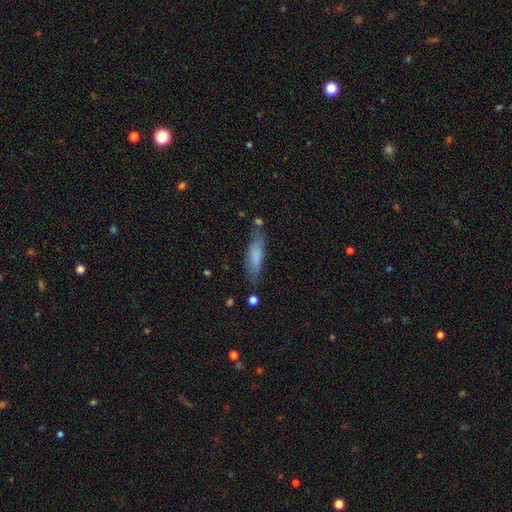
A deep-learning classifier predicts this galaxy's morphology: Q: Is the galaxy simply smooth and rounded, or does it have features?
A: smooth — 71%.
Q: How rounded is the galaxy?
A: cigar-shaped — 59%.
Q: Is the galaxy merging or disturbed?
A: none — 69%.